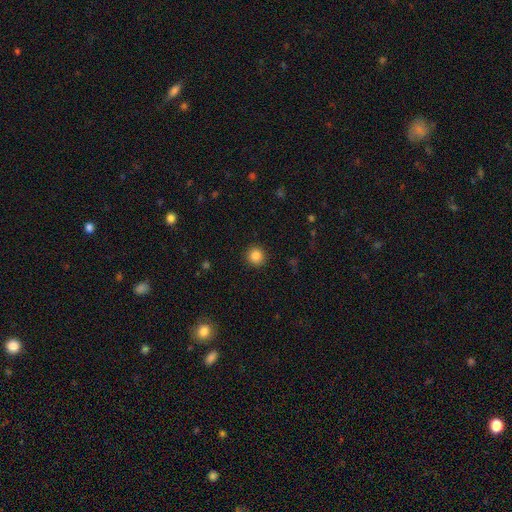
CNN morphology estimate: The model was most divided on "smooth or featured": smooth: 86%, star or artifact: 10%, featured or disk: 4%. More confident: how rounded — round (93%); merging — none (91%).